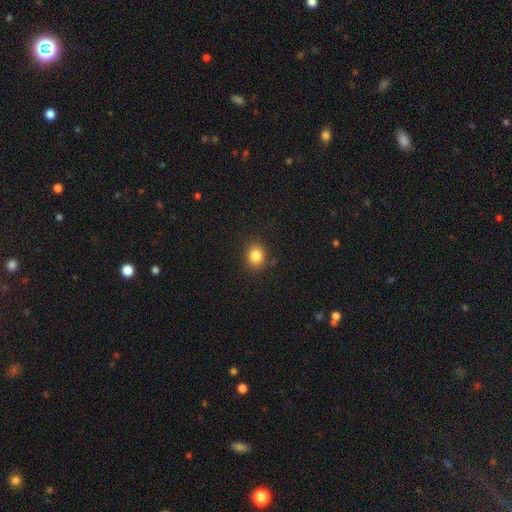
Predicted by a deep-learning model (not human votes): This is clearly a smooth galaxy (84%). How rounded: likely round (62%). Merging: clearly none (86%).